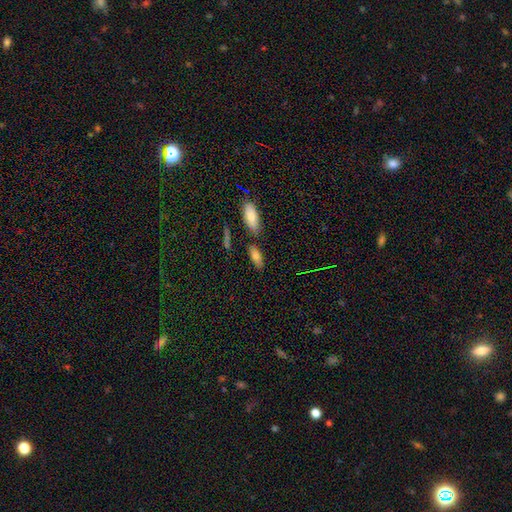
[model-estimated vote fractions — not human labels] Q: Smooth or featured?
A: smooth (78%); runner-up: featured or disk (13%)
Q: How rounded?
A: in between (76%); runner-up: cigar-shaped (21%)
Q: Merging?
A: none (73%); runner-up: minor disturbance (12%)